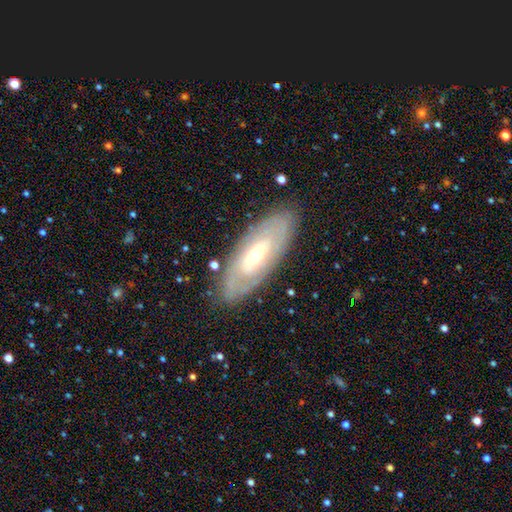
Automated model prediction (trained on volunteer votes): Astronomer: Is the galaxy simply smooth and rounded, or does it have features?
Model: featured or disk — 69%.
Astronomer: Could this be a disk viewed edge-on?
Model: no — 83%.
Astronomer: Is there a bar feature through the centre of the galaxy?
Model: no — 62%.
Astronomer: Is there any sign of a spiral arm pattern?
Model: yes — 62% (runner-up: no, 38%).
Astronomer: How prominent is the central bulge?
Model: moderate — 51% (runner-up: small, 43%).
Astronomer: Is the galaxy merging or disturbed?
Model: none — 84%.